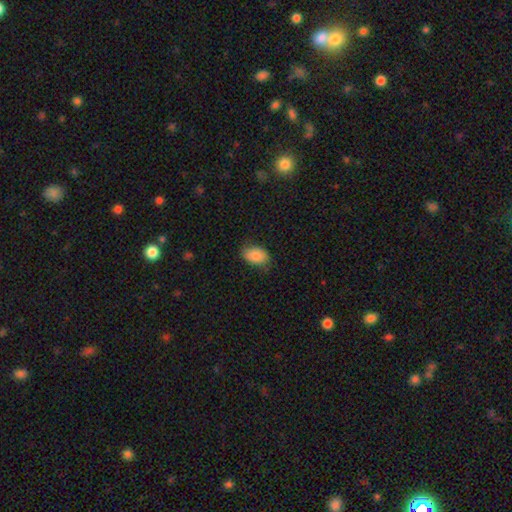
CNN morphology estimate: Smooth or featured: smooth — 85% (featured or disk — 8%)
How rounded: in between — 88% (round — 11%)
Merging: none — 76% (minor disturbance — 19%)